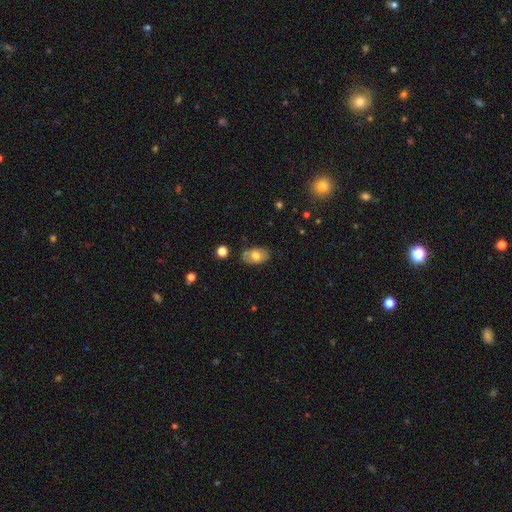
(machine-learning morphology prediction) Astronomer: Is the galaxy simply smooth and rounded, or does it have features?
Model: smooth — 68%.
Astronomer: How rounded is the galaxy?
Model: in between — 90%.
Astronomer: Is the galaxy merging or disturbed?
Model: none — 79%.